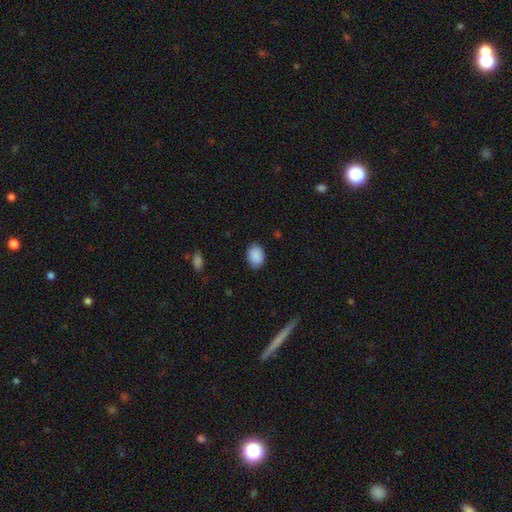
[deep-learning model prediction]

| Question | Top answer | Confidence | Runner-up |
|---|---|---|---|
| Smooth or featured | smooth | 90% | star or artifact (7%) |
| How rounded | in between | 75% | round (24%) |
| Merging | none | 83% | minor disturbance (13%) |